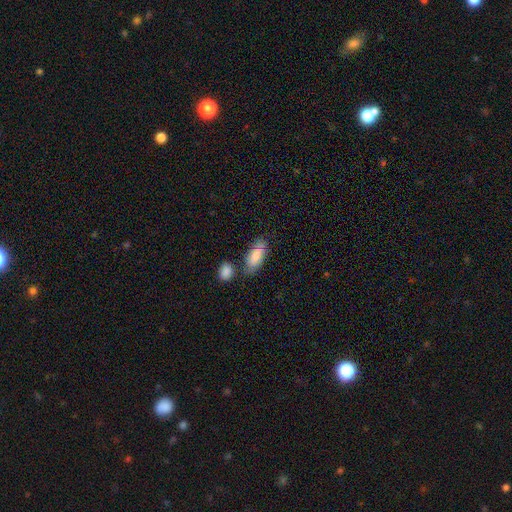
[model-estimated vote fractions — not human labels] Overall: smooth (78%). How rounded: in between (84%). Merging: none (61%).